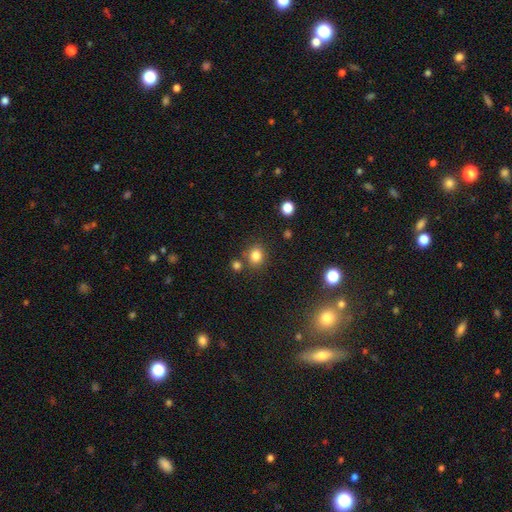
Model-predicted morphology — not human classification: Smooth or featured?
  - smooth: 82% *
  - star or artifact: 13%
  - featured or disk: 6%
How rounded?
  - round: 68% *
  - in between: 31%
  - cigar-shaped: 1%
Merging?
  - none: 75% *
  - merger: 11%
  - minor disturbance: 11%
  - major disturbance: 4%